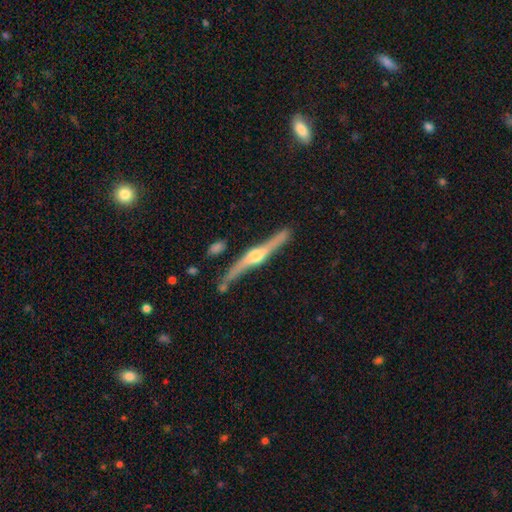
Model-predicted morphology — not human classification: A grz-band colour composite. It shows a featured or disk galaxy (83%) viewed edge-on (97%) with a rounded central bulge (93%). Merging: none (78%).